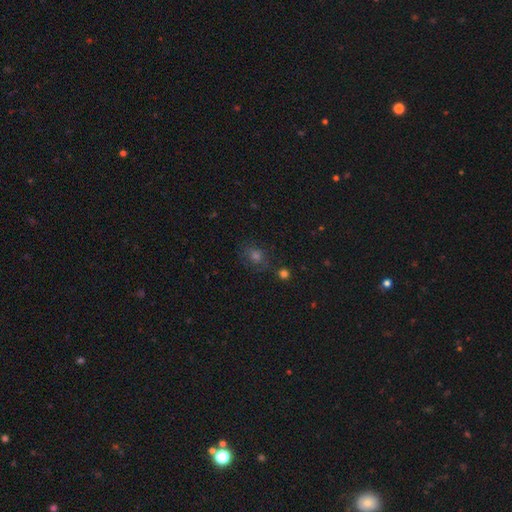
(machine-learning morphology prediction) Q: Smooth or featured?
A: smooth (51%); runner-up: star or artifact (33%)
Q: How rounded?
A: round (61%); runner-up: in between (38%)
Q: Merging?
A: none (74%); runner-up: minor disturbance (15%)